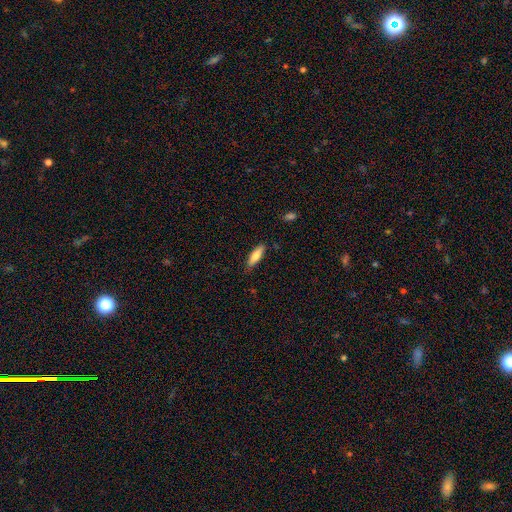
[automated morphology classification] Overall: smooth (75%). How rounded: cigar-shaped (54%; in between 44%). Merging: none (83%).